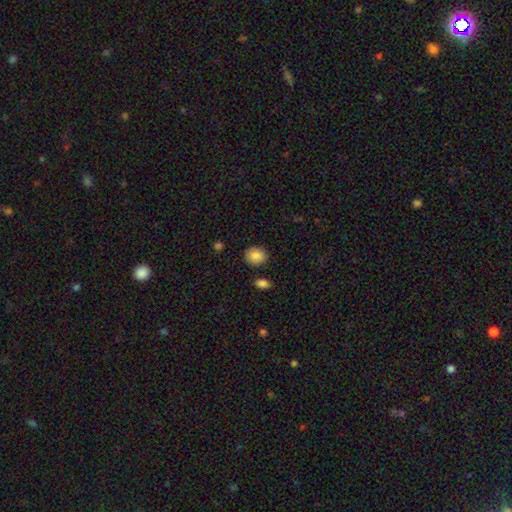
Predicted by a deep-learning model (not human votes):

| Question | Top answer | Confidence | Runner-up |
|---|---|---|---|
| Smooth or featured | smooth | 86% | star or artifact (8%) |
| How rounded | round | 70% | in between (29%) |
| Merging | none | 85% | minor disturbance (10%) |